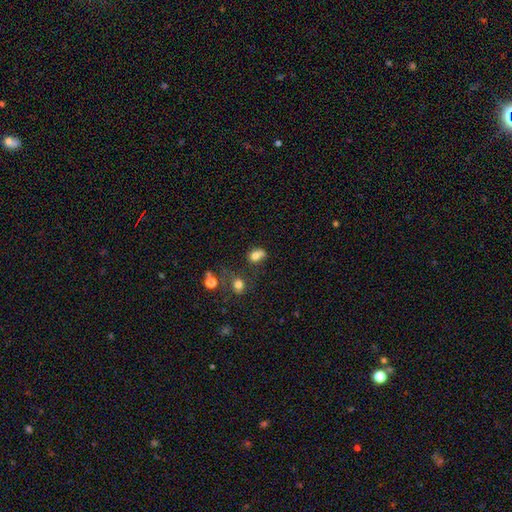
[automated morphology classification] type=smooth (75%); roundness=round (56%); merging=merger (37%).